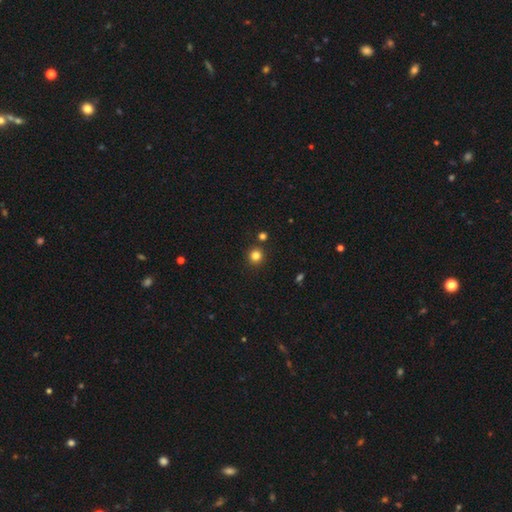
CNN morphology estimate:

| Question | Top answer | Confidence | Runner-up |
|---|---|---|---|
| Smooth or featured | smooth | 82% | star or artifact (14%) |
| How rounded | round | 93% | in between (6%) |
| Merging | none | 88% | minor disturbance (6%) |